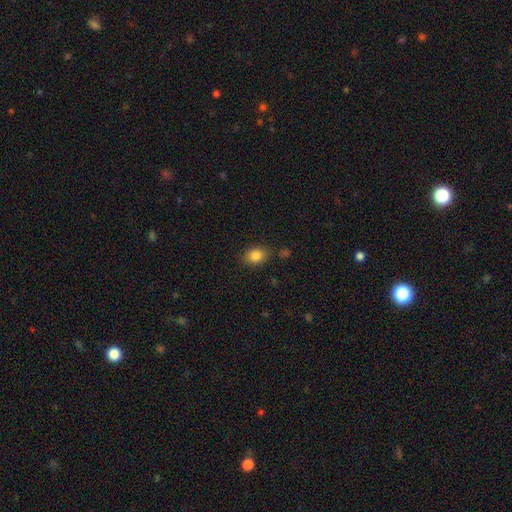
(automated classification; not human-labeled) Overall: smooth (85%). How rounded: in between (57%; round 42%). Merging: none (82%).